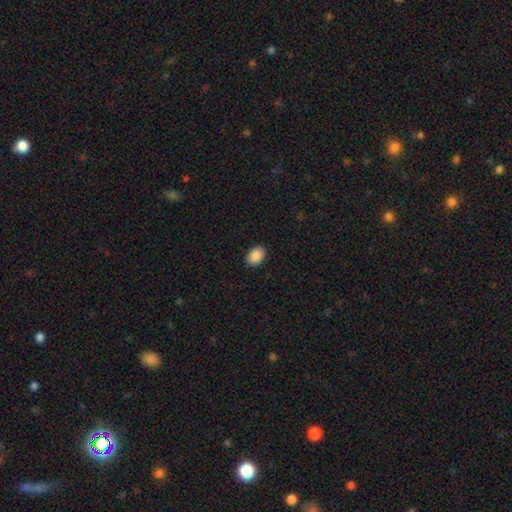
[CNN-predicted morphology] The model was most divided on "how rounded": in between: 78%, round: 21%, cigar-shaped: 1%. More confident: smooth or featured — smooth (90%); merging — none (90%).